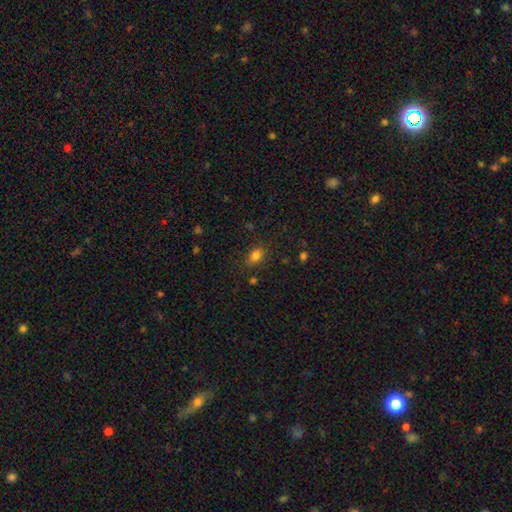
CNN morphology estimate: A smooth galaxy with no disk features (80%) that is in between round and cigar-shaped (71%).

Vote fractions:
- Smooth or featured? smooth: 80% / star or artifact: 13% / featured or disk: 7%
- How rounded? in between: 71% / round: 27% / cigar-shaped: 2%
- Merging? none: 79% / minor disturbance: 14% / major disturbance: 4% / merger: 2%